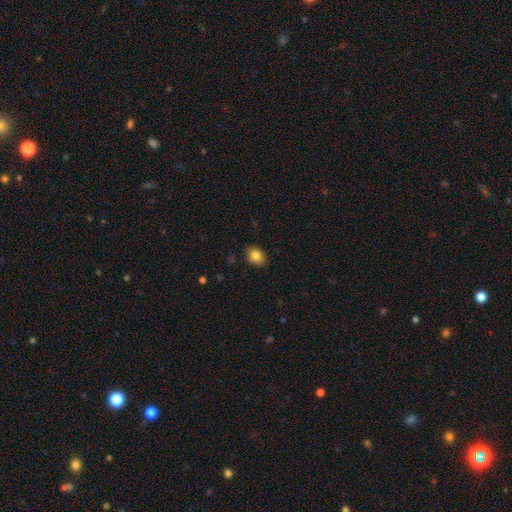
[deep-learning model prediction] Smooth or featured?
  - smooth: 83% *
  - star or artifact: 8%
  - featured or disk: 8%
How rounded?
  - in between: 76% *
  - round: 23%
  - cigar-shaped: 1%
Merging?
  - none: 87% *
  - minor disturbance: 10%
  - major disturbance: 2%
  - merger: 1%